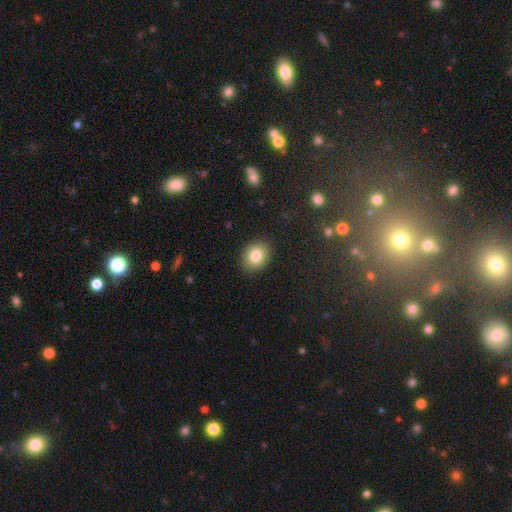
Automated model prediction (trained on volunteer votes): A smooth galaxy with no disk features (82%) that is round (58%). Merging: none (89%).